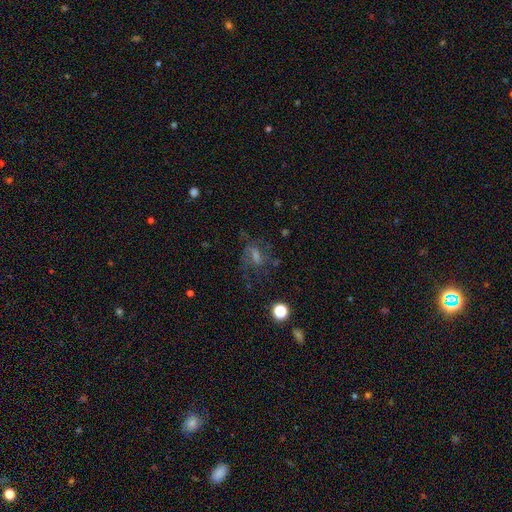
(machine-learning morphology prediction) type=featured or disk (48%); merging=none (51%).